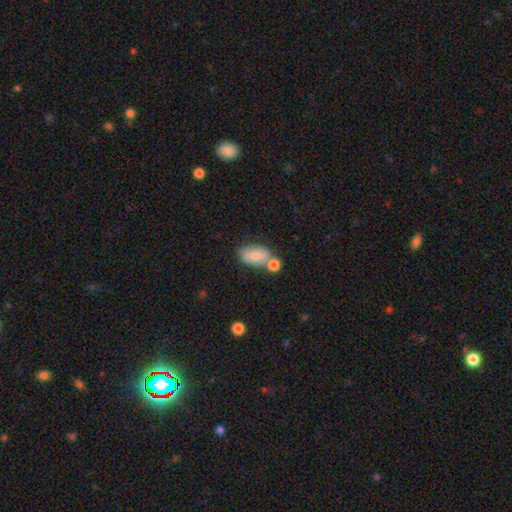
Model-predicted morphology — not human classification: type=smooth (71%); roundness=in between (89%); merging=none (47%).